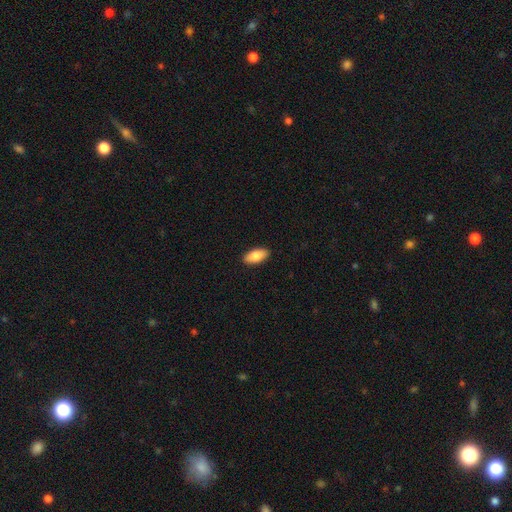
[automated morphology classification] This appears to be a smooth galaxy with no disk features (85%) that is in between round and cigar-shaped (91%). Merging: none (91%).